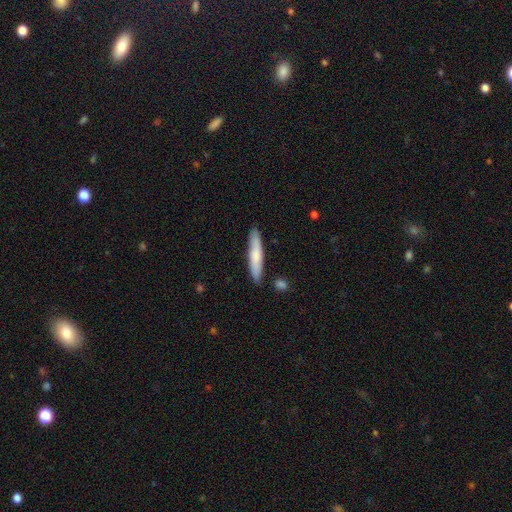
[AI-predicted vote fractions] This is likely a smooth galaxy (71%). How rounded: clearly cigar-shaped (89%). Merging: clearly none (85%).